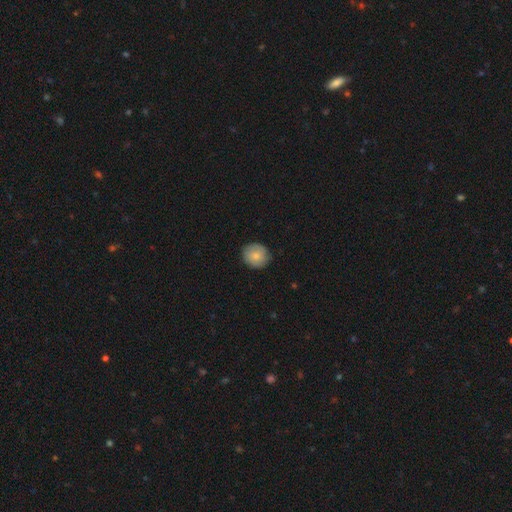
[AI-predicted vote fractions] smooth 80%, featured or disk 14%, star or artifact 7%. Down the decision tree: how rounded — round (82%); merging — none (85%).